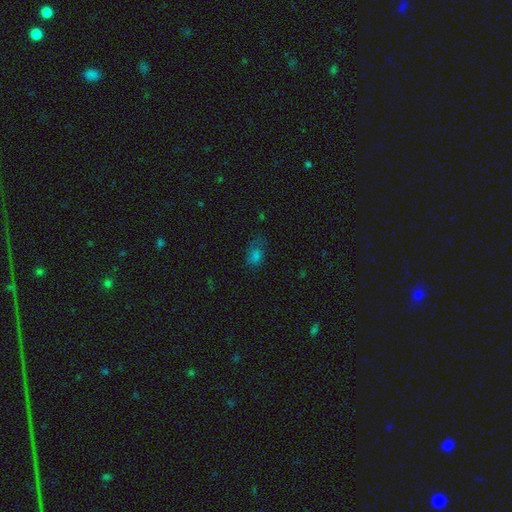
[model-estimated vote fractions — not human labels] Smooth or featured? smooth (66%)
How rounded? in between (80%)
Merging? none (53%)